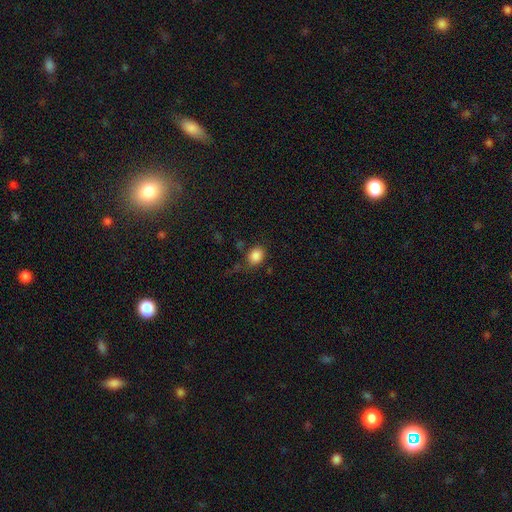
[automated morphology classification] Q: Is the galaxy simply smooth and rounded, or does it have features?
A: smooth — 85%.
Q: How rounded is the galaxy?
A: in between — 52%.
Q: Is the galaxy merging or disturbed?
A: none — 71%.